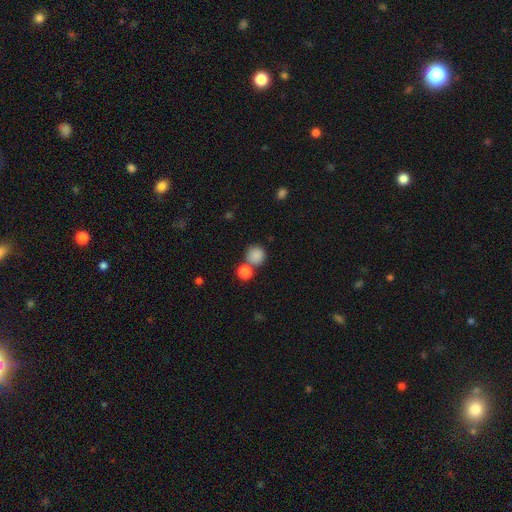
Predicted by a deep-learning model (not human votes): The model was most divided on "merging": none: 61%, merger: 25%, minor disturbance: 10%, major disturbance: 4%. More confident: how rounded — round (91%); smooth or featured — smooth (85%).